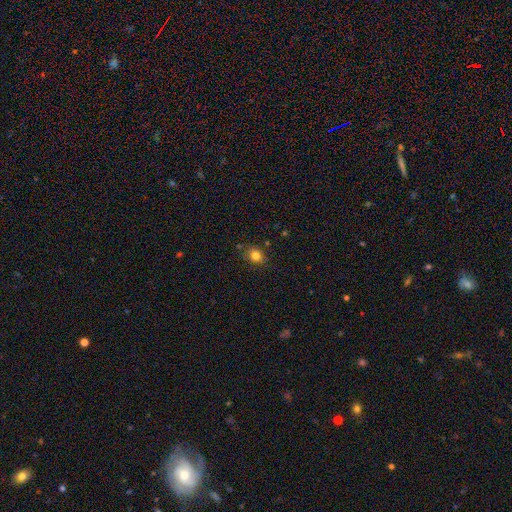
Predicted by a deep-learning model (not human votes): Q: Smooth or featured?
A: smooth (81%); runner-up: star or artifact (12%)
Q: How rounded?
A: round (61%); runner-up: in between (38%)
Q: Merging?
A: none (79%); runner-up: minor disturbance (15%)